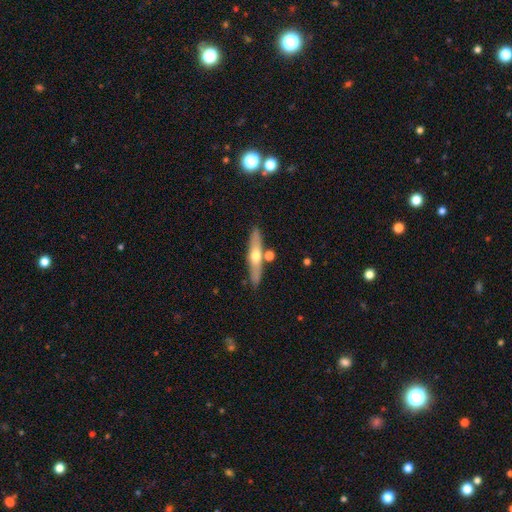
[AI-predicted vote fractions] A featured or disk galaxy (51%) viewed edge-on (86%). Merging: none (80%).